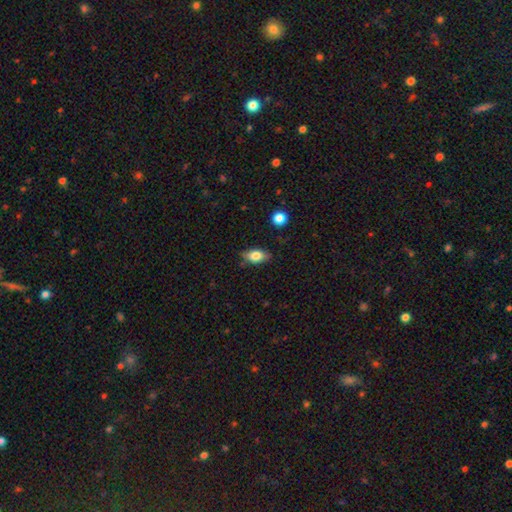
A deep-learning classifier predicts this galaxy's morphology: A smooth galaxy with no disk features (75%) that is in between round and cigar-shaped (84%). Merging: none (78%).